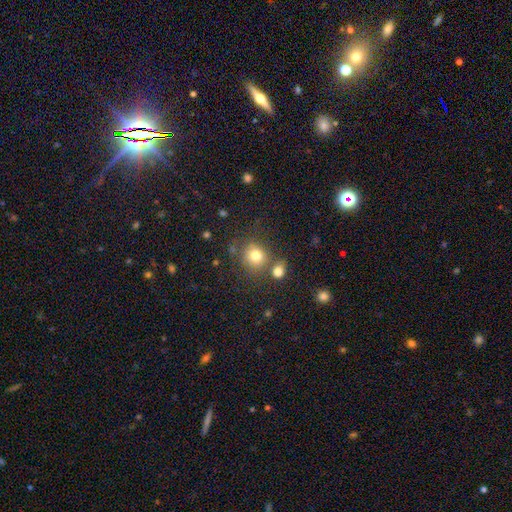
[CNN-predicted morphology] Overall: smooth (78%). How rounded: round (84%). Merging: none (69%).